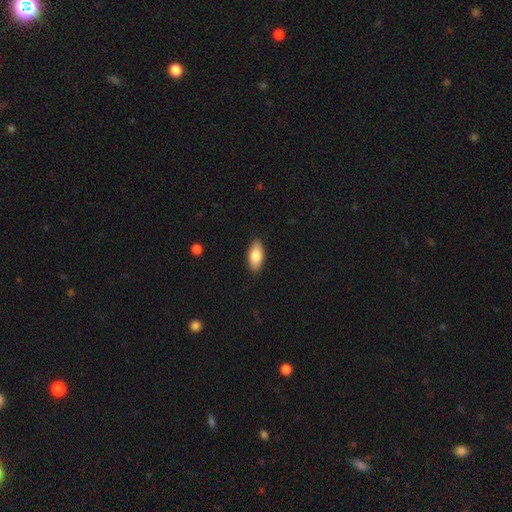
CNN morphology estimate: Overall: smooth (80%). How rounded: in between (88%). Merging: none (89%).